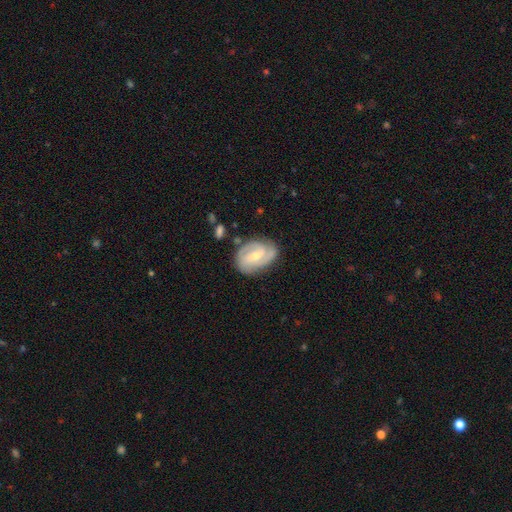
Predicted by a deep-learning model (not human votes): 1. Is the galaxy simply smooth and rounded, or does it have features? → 81% featured or disk, 14% smooth, 5% star or artifact.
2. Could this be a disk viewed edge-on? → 97% no, 3% yes.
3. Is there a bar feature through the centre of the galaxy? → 48% weak, 35% no, 17% strong.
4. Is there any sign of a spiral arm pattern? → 94% yes, 6% no.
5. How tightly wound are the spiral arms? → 46% tight, 42% medium, 12% loose.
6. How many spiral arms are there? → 53% 2, 23% 3, 15% can't tell, 4% 1, 3% 4, 2% more than 4.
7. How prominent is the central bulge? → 56% small, 40% moderate, 1% none, 1% large, 1% dominant.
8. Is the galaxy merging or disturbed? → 72% none, 19% minor disturbance, 6% major disturbance, 3% merger.